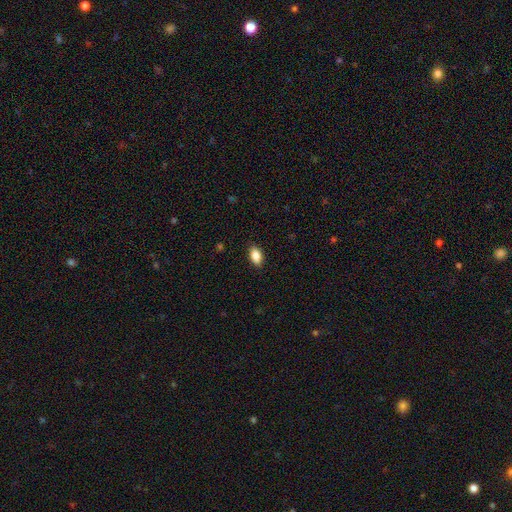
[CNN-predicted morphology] Overall: smooth (88%). How rounded: in between (91%). Merging: none (88%).